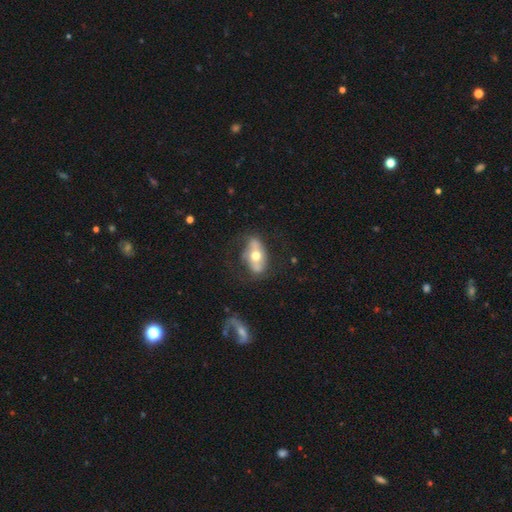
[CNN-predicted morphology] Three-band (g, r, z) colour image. It shows a featured or disk galaxy (54%). Merging: none (63%).